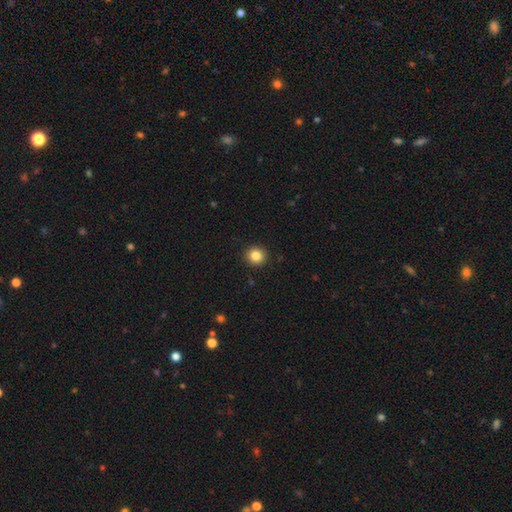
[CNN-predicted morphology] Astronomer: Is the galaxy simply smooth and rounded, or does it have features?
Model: smooth — 85%.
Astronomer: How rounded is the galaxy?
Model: round — 94%.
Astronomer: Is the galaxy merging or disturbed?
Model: none — 93%.